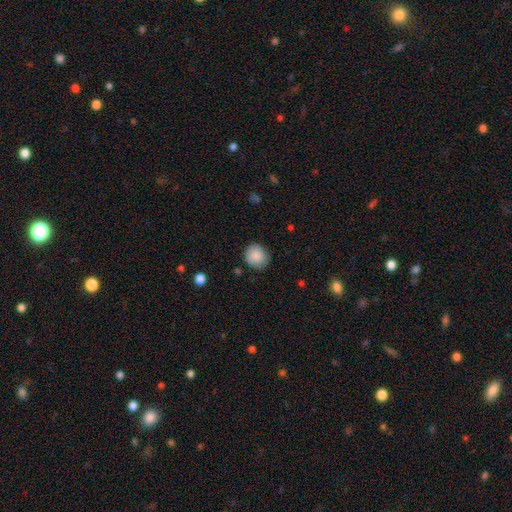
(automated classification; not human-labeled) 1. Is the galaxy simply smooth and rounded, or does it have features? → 88% smooth, 7% star or artifact, 5% featured or disk.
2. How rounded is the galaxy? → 86% round, 13% in between, 1% cigar-shaped.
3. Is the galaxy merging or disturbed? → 82% none, 14% minor disturbance, 3% major disturbance, 1% merger.